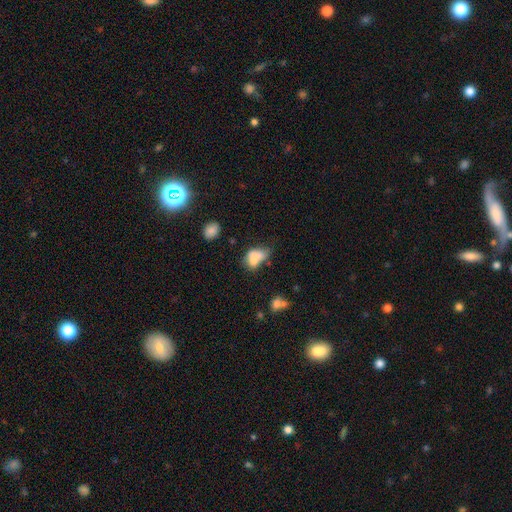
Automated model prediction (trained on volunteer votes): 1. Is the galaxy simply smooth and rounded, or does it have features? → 70% smooth, 20% featured or disk, 11% star or artifact.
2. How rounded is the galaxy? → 79% in between, 18% round, 2% cigar-shaped.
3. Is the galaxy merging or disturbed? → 38% merger, 24% none, 22% minor disturbance, 16% major disturbance.